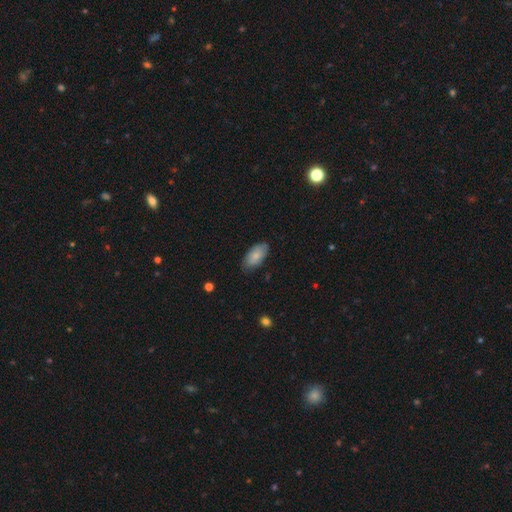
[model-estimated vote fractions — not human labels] The model was most divided on "merging": none: 77%, minor disturbance: 19%, major disturbance: 3%, merger: 1%. More confident: how rounded — in between (93%); smooth or featured — smooth (79%).